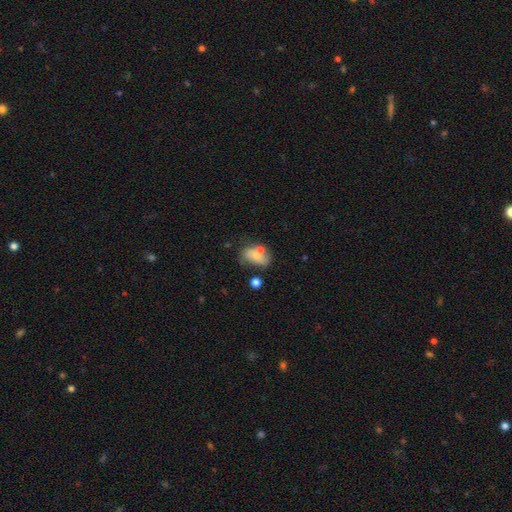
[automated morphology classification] smooth-or-featured: smooth: 59% | featured or disk: 32% | star or artifact: 9%
  how-rounded: in between: 82% | round: 15% | cigar-shaped: 2%
  merging: none: 37% | merger: 28% | minor disturbance: 23% | major disturbance: 12%